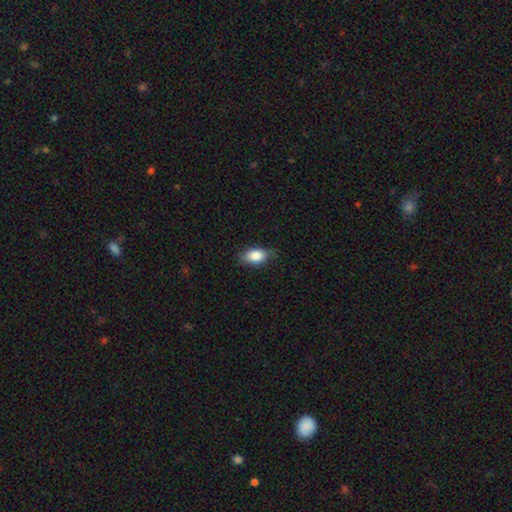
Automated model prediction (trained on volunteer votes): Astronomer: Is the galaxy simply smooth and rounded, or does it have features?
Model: smooth — 84%.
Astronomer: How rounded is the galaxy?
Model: in between — 89%.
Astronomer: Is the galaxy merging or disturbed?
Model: none — 74%.